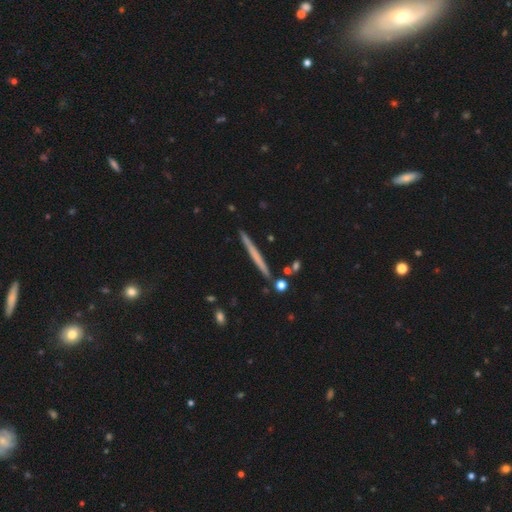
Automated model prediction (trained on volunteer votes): smooth-or-featured: smooth: 49% | featured or disk: 45% | star or artifact: 6%
  merging: none: 90% | minor disturbance: 6% | merger: 2% | major disturbance: 1%